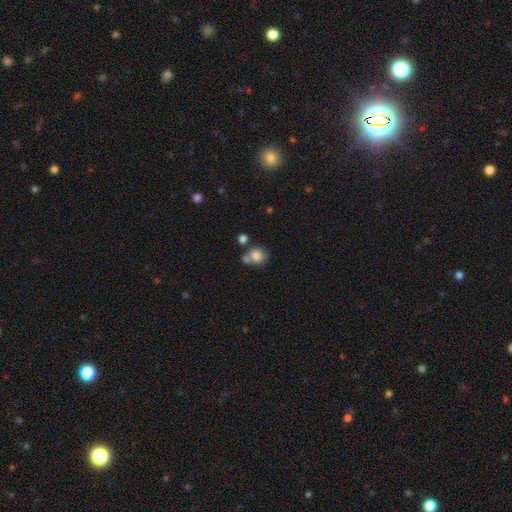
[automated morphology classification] type=smooth (80%); roundness=round (67%); merging=none (47%).